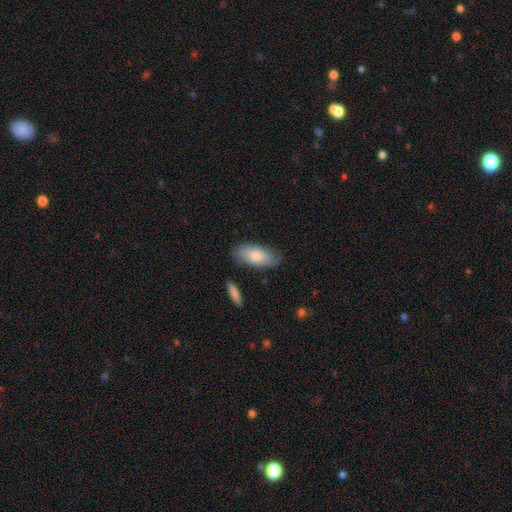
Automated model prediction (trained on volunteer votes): A smooth galaxy with no disk features (70%) that is in between round and cigar-shaped (87%). Merging: none (75%).